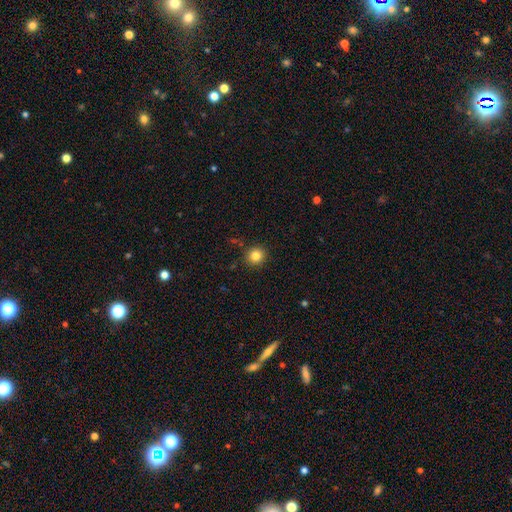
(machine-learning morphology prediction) Smooth or featured: smooth — 83% (star or artifact — 11%)
How rounded: round — 91% (in between — 8%)
Merging: none — 90% (minor disturbance — 6%)